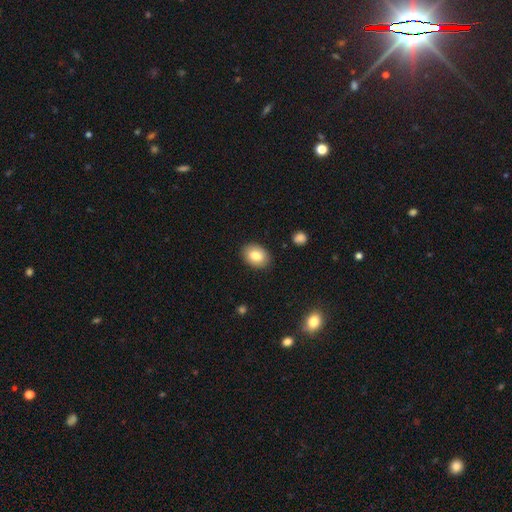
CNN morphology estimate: A smooth galaxy with no disk features (83%) that is in between round and cigar-shaped (72%). Merging: none (88%).